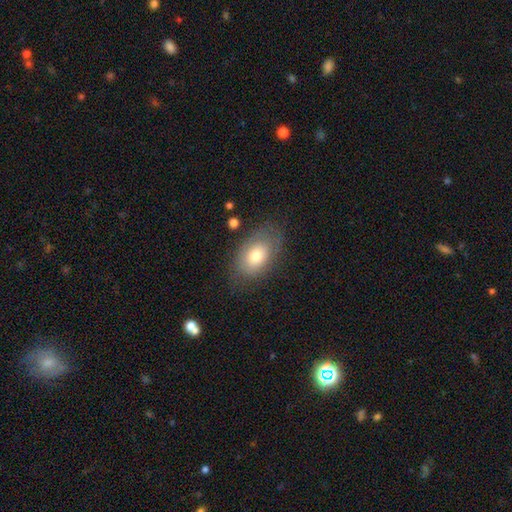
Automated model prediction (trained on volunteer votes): smooth_or_featured: smooth (p=0.68) [alt: featured or disk p=0.24]
how_rounded: in between (p=0.88) [alt: round p=0.11]
merging: none (p=0.72) [alt: minor disturbance p=0.19]